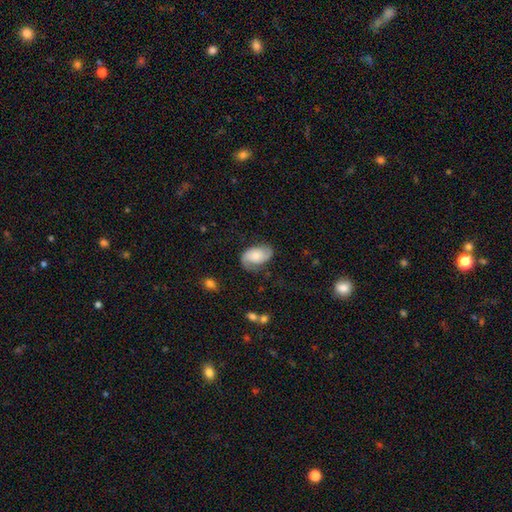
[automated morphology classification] A featured or disk galaxy (65%) with no bar (69%), 2 (85%) medium (44%) spiral arms (92%) and a moderate central bulge (40%, tied with small).

Vote fractions:
- Smooth or featured? featured or disk: 65% / smooth: 28% / star or artifact: 7%
- Edge-on disk? no: 97% / yes: 3%
- Bar? no: 69% / weak: 26% / strong: 6%
- Spiral arms? yes: 92% / no: 8%
- Spiral winding? medium: 44% / loose: 29% / tight: 28%
- Spiral arm count? 2: 85% / can't tell: 7% / 1: 5% / 3: 1% / 4: 1% / more than 4: 1%
- Bulge size? moderate: 40% (tied) / small: 40% (tied) / large: 9% / none: 8% / dominant: 2%
- Merging? none: 69% / minor disturbance: 21% / major disturbance: 9% / merger: 1%